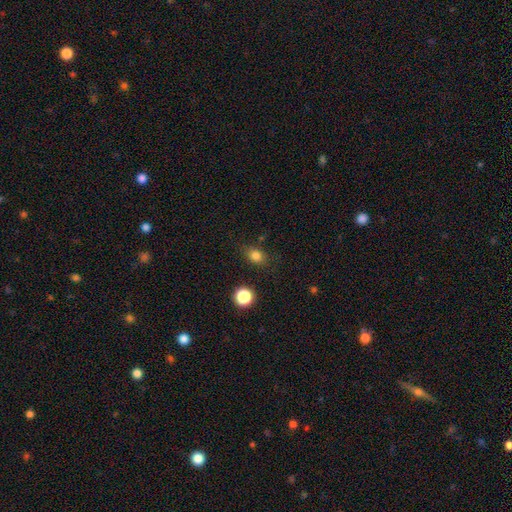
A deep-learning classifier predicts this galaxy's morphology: Q: Smooth or featured?
A: smooth (81%); runner-up: star or artifact (13%)
Q: How rounded?
A: in between (59%); runner-up: round (39%)
Q: Merging?
A: none (77%); runner-up: minor disturbance (15%)